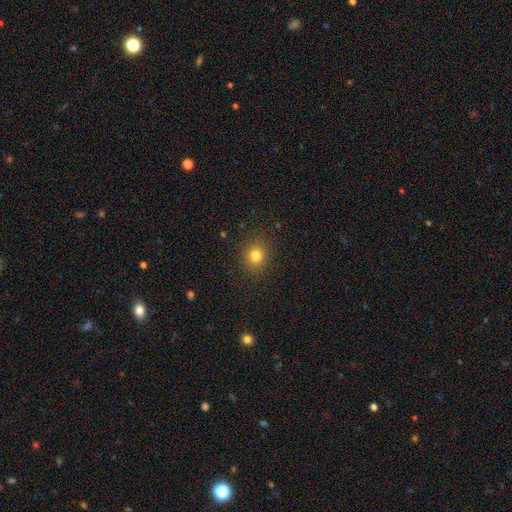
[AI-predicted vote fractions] Smooth or featured?
  - smooth: 80% *
  - star or artifact: 13%
  - featured or disk: 6%
How rounded?
  - round: 74% *
  - in between: 25%
  - cigar-shaped: 1%
Merging?
  - none: 88% *
  - minor disturbance: 8%
  - major disturbance: 3%
  - merger: 1%